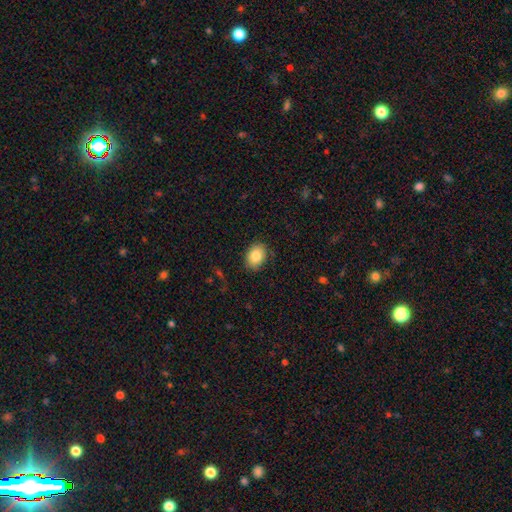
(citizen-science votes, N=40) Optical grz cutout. It shows a smooth galaxy with no disk features (90%) that is in between round and cigar-shaped (83%). Merging: none (84%).